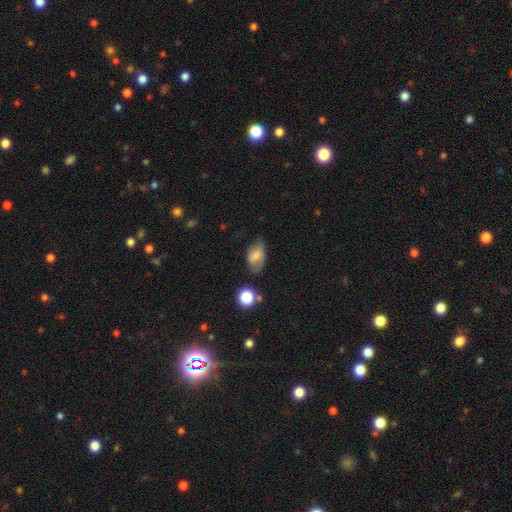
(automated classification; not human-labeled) Q: Smooth or featured?
A: smooth (68%); runner-up: featured or disk (22%)
Q: How rounded?
A: in between (85%); runner-up: round (13%)
Q: Merging?
A: none (57%); runner-up: minor disturbance (32%)